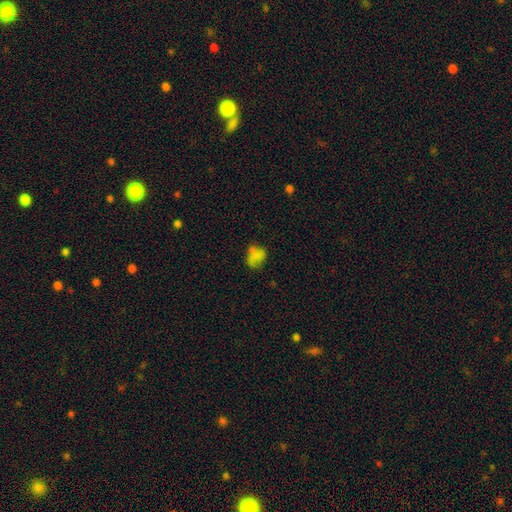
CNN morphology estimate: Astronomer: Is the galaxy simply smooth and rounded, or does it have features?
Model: smooth — 69%.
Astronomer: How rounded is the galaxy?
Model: in between — 58% (runner-up: round, 40%).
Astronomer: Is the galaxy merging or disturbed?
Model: none — 47% (runner-up: minor disturbance, 28%).